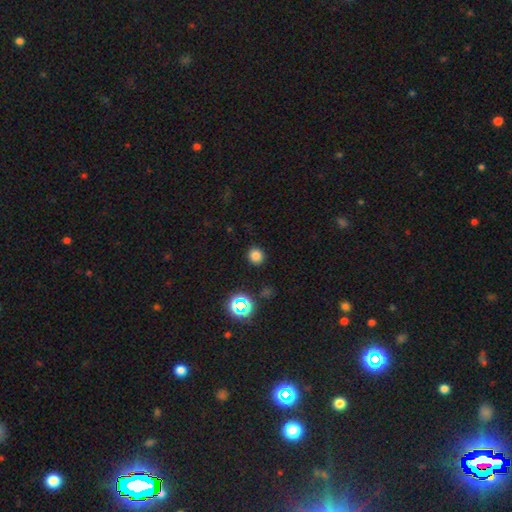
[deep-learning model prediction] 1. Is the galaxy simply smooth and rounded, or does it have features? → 77% smooth, 18% star or artifact, 5% featured or disk.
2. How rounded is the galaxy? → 86% round, 13% in between, 1% cigar-shaped.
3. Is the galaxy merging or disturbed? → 89% none, 7% minor disturbance, 2% major disturbance, 2% merger.